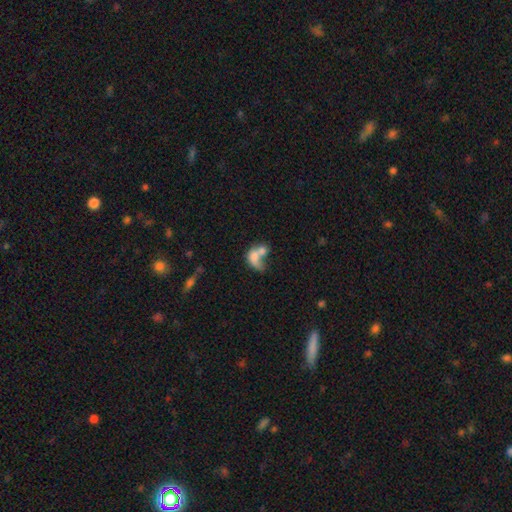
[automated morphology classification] The model was most divided on "smooth or featured": smooth: 64%, featured or disk: 27%, star or artifact: 10%. More confident: how rounded — in between (73%); merging — merger (62%).